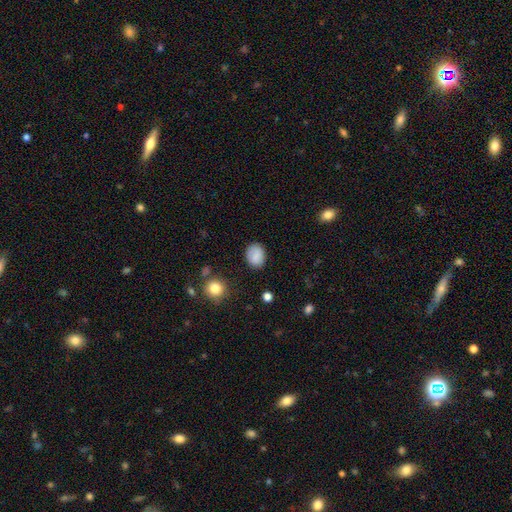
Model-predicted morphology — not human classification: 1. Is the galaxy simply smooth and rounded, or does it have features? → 85% smooth, 8% star or artifact, 7% featured or disk.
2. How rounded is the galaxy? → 57% in between, 42% round, 1% cigar-shaped.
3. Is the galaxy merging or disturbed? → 83% none, 12% minor disturbance, 3% major disturbance, 1% merger.